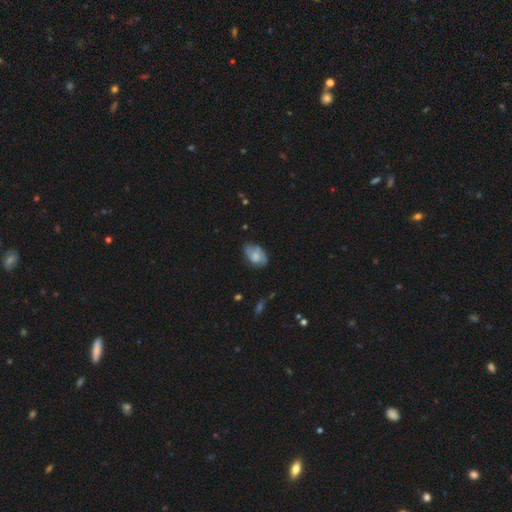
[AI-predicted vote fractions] Morphology: type=smooth (54%); roundness=in between (87%); merging=none (59%).